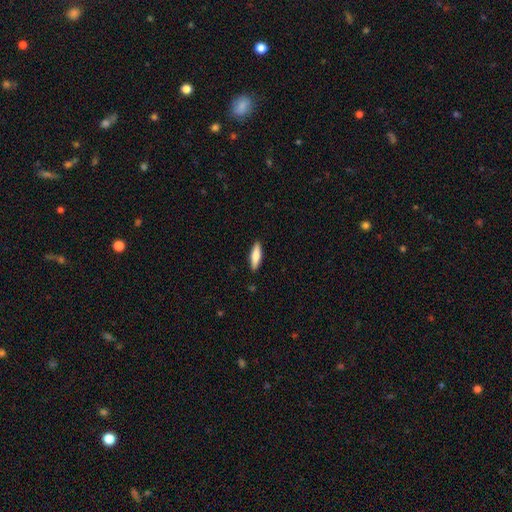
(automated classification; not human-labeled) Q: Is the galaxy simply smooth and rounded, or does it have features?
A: smooth — 80%.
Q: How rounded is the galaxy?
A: cigar-shaped — 62%.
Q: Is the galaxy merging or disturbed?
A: none — 89%.